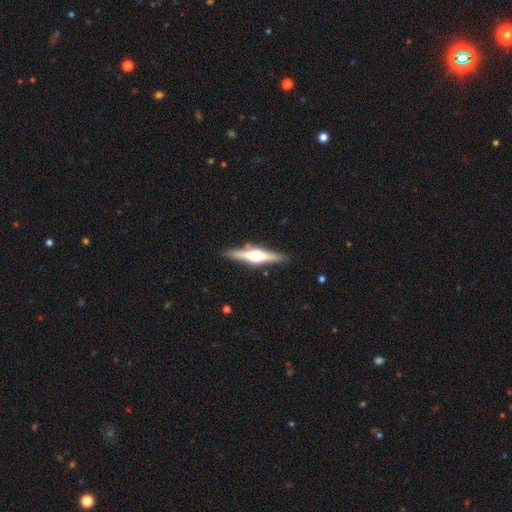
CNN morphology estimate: A featured or disk galaxy (72%) viewed edge-on (97%) with a rounded central bulge (94%). Merging: none (89%).